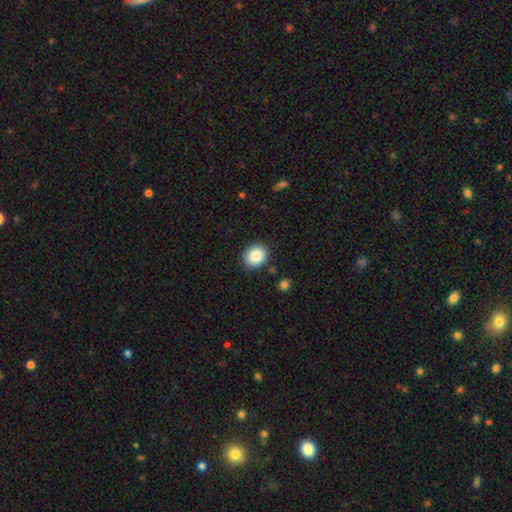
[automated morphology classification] type=smooth (86%); roundness=round (69%); merging=none (88%).